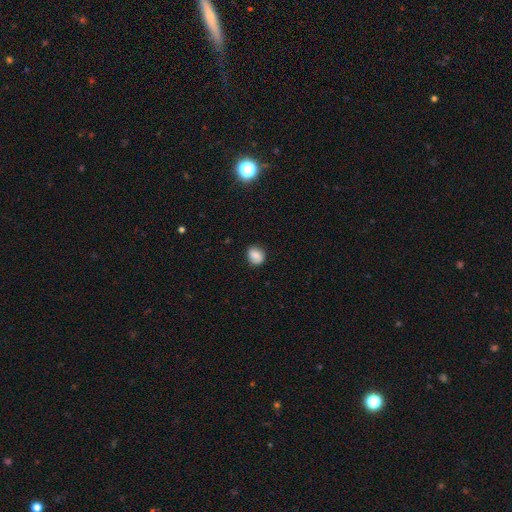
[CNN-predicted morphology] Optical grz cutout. It shows a smooth galaxy with no disk features (79%) that is round (68%). Merging: none (83%).